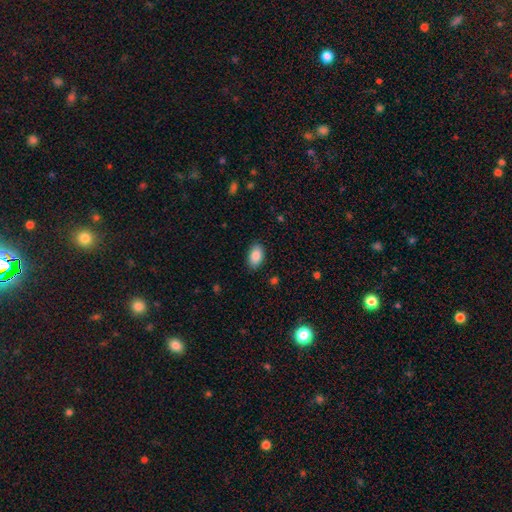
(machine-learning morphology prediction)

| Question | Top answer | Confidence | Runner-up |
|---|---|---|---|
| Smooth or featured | smooth | 89% | star or artifact (7%) |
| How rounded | in between | 92% | round (6%) |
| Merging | none | 87% | minor disturbance (10%) |